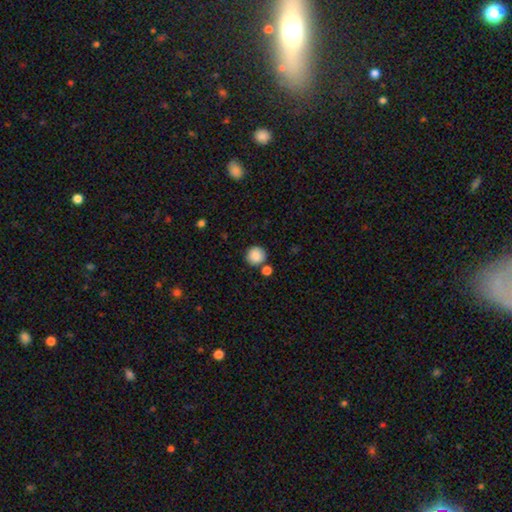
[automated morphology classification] smooth-or-featured: smooth: 88% | star or artifact: 8% | featured or disk: 4%
  how-rounded: round: 94% | in between: 5% | cigar-shaped: 1%
  merging: none: 80% | merger: 10% | minor disturbance: 8% | major disturbance: 2%